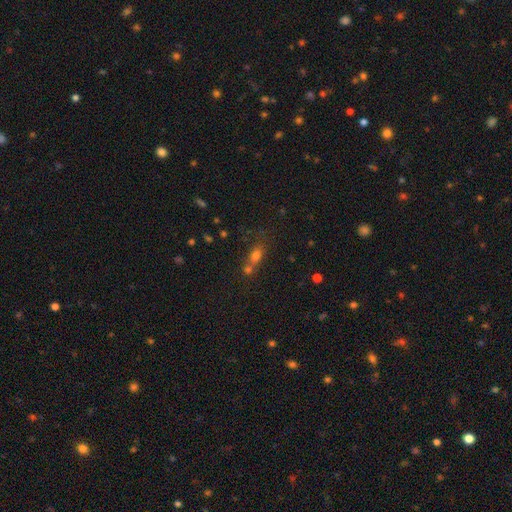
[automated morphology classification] Smooth or featured?
  - smooth: 67% *
  - star or artifact: 18%
  - featured or disk: 14%
How rounded?
  - in between: 55% *
  - round: 34%
  - cigar-shaped: 11%
Merging?
  - merger: 48% *
  - none: 36%
  - minor disturbance: 10%
  - major disturbance: 6%